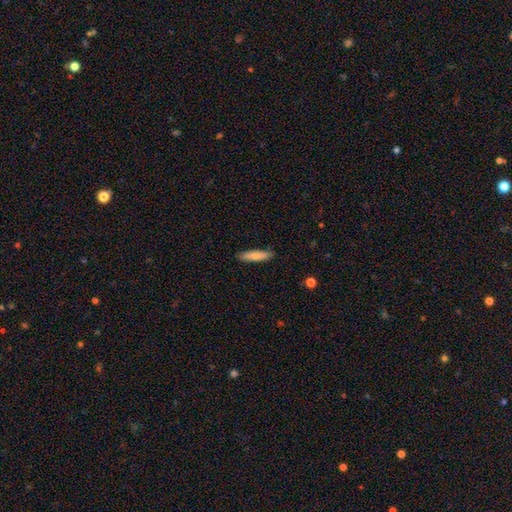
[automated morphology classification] The model was most divided on "how rounded": cigar-shaped: 75%, in between: 23%, round: 2%. More confident: merging — none (89%); smooth or featured — smooth (78%).